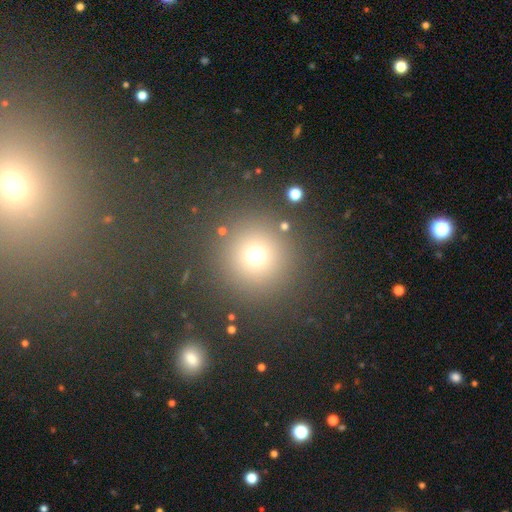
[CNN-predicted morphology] Smooth or featured? smooth (68%)
How rounded? round (95%)
Merging? none (86%)